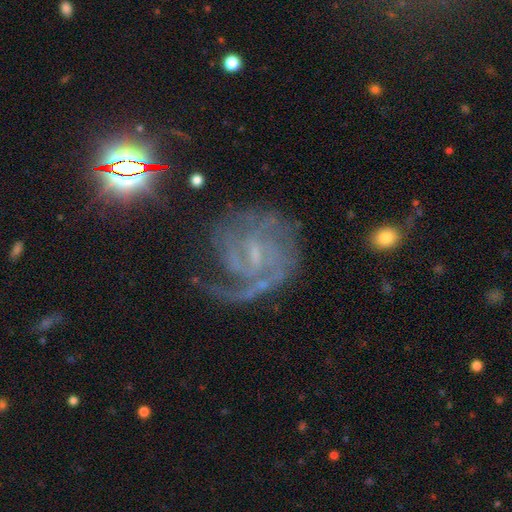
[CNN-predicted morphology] The model was most divided on "spiral winding": tight: 45%, medium: 39%, loose: 15%. Remaining: edge-on disk — no (98%); spiral arms — yes (94%); smooth or featured — featured or disk (83%); bar — weak (54%); bulge size — small (54%); merging — none (54%); spiral arm count — 2 (31%).